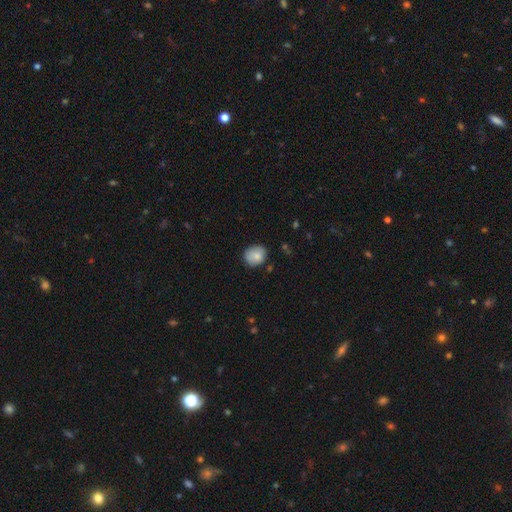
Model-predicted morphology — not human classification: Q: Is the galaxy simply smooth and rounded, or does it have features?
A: smooth — 81%.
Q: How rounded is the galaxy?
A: round — 70%.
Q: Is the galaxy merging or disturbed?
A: none — 73%.